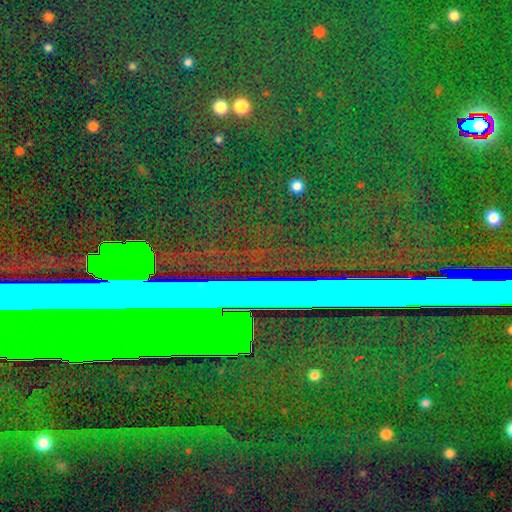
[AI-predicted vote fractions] This appears to be a star or artifact, not a galaxy (83%).